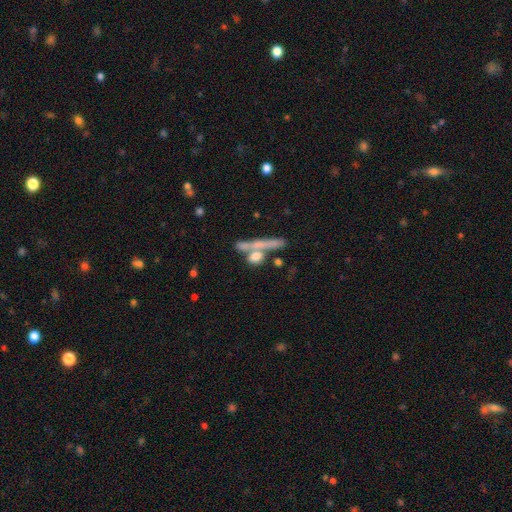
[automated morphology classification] This is likely a smooth galaxy (65%). How rounded: possibly cigar-shaped (47%). Merging: possibly none (53%).